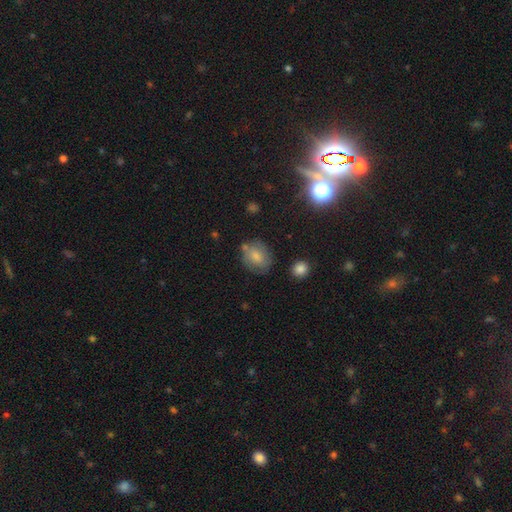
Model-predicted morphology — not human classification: smooth_or_featured: smooth (p=0.73) [alt: featured or disk p=0.17]
how_rounded: round (p=0.54) [alt: in between p=0.45]
merging: none (p=0.66) [alt: minor disturbance p=0.21]